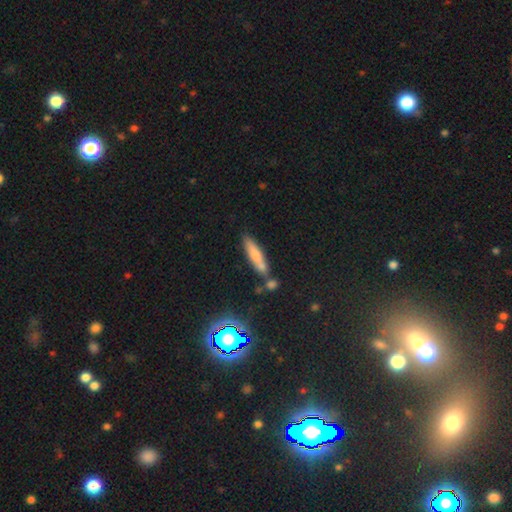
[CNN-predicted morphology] A smooth galaxy with no disk features (69%) that is cigar-shaped (80%). Merging: none (63%).